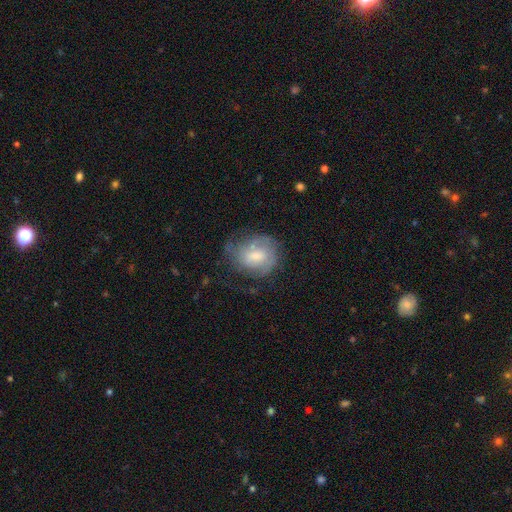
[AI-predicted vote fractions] smooth_or_featured: featured or disk (p=0.54) [alt: smooth p=0.38]
disk_edge_on: no (p=0.97) [alt: yes p=0.03]
bar: weak (p=0.46) [alt: no p=0.45]
has_spiral_arms: yes (p=0.75) [alt: no p=0.25]
bulge_size: moderate (p=0.45) [alt: small p=0.34]
merging: none (p=0.50) [alt: minor disturbance p=0.27]